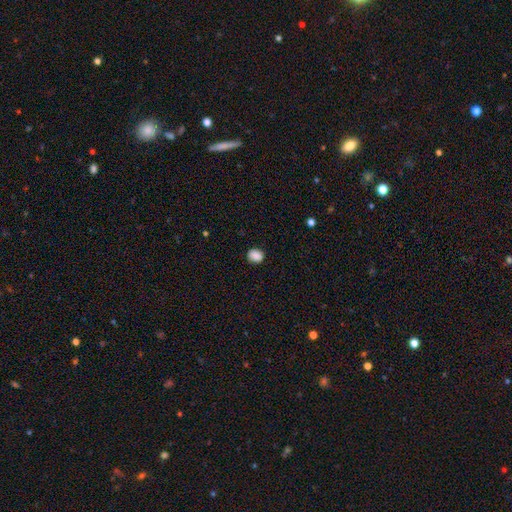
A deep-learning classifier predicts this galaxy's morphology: Q: Smooth or featured?
A: smooth (87%); runner-up: star or artifact (9%)
Q: How rounded?
A: round (58%); runner-up: in between (41%)
Q: Merging?
A: none (85%); runner-up: minor disturbance (11%)